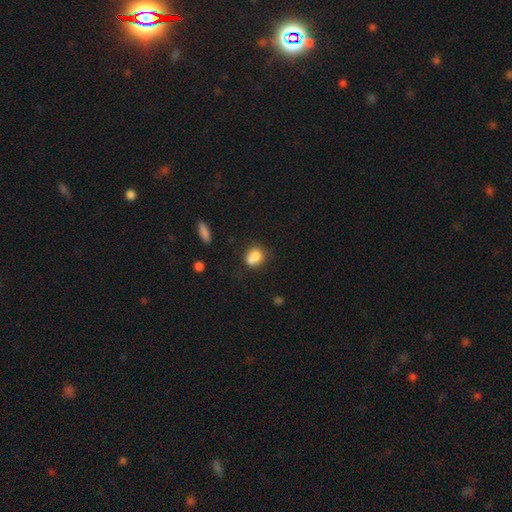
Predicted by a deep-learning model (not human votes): Overall: smooth (76%). How rounded: round (54%; in between 45%). Merging: none (39%, tied with merger).